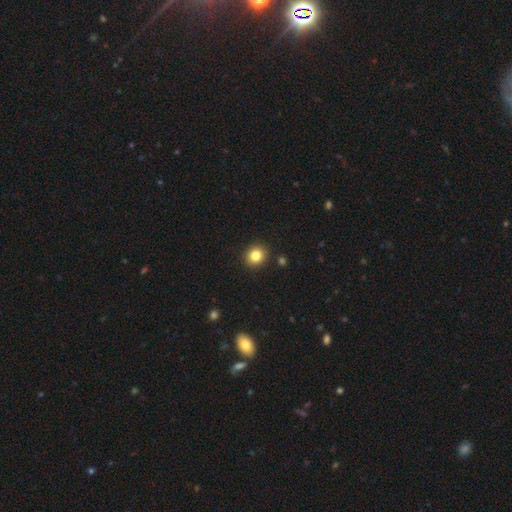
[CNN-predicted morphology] Smooth or featured: smooth — 82% (star or artifact — 11%)
How rounded: round — 83% (in between — 16%)
Merging: none — 91% (minor disturbance — 6%)